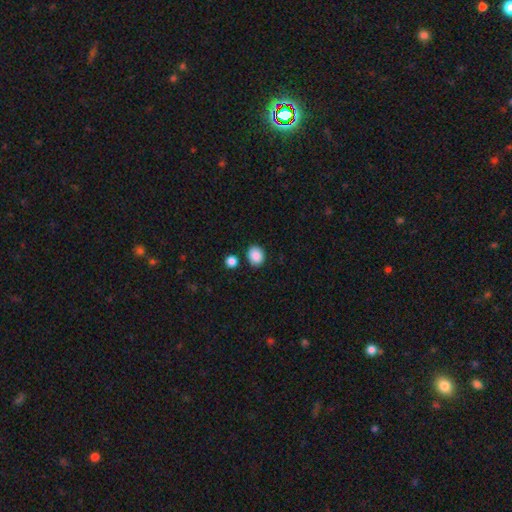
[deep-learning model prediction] Q: Smooth or featured?
A: smooth (88%); runner-up: star or artifact (8%)
Q: How rounded?
A: round (55%); runner-up: in between (44%)
Q: Merging?
A: none (83%); runner-up: minor disturbance (10%)